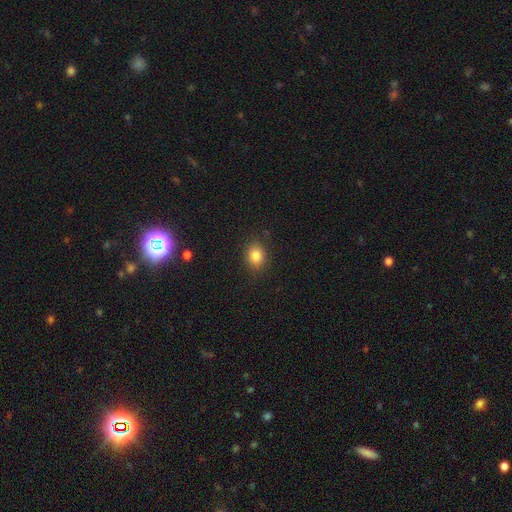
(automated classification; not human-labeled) Smooth or featured? smooth (83%)
How rounded? round (52%)
Merging? none (86%)